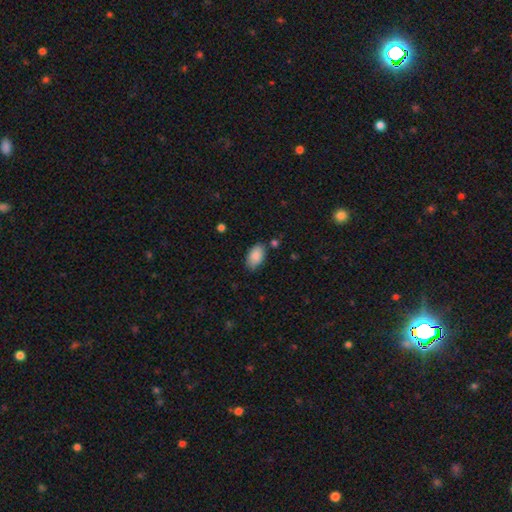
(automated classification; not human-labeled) smooth-or-featured: smooth: 88% | star or artifact: 7% | featured or disk: 5%
  how-rounded: in between: 93% | round: 5% | cigar-shaped: 2%
  merging: none: 78% | minor disturbance: 16% | major disturbance: 3% | merger: 3%